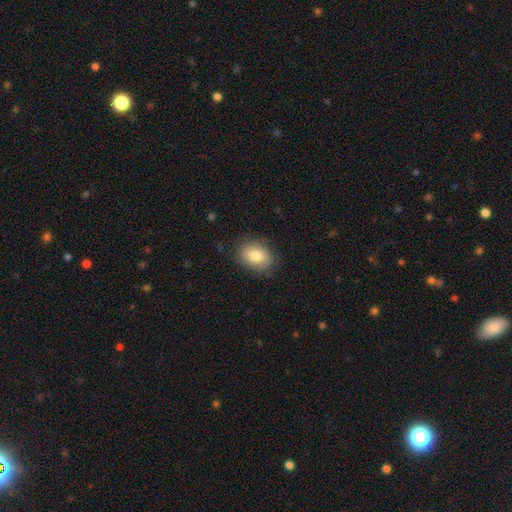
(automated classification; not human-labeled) Smooth or featured? smooth (79%)
How rounded? in between (66%)
Merging? none (80%)